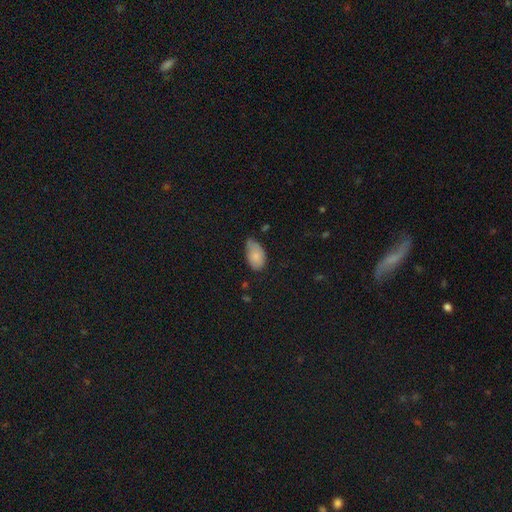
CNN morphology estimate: Smooth or featured?
  - smooth: 83% *
  - featured or disk: 10%
  - star or artifact: 7%
How rounded?
  - in between: 93% *
  - round: 5%
  - cigar-shaped: 2%
Merging?
  - minor disturbance: 46% *
  - none: 42%
  - major disturbance: 9%
  - merger: 3%